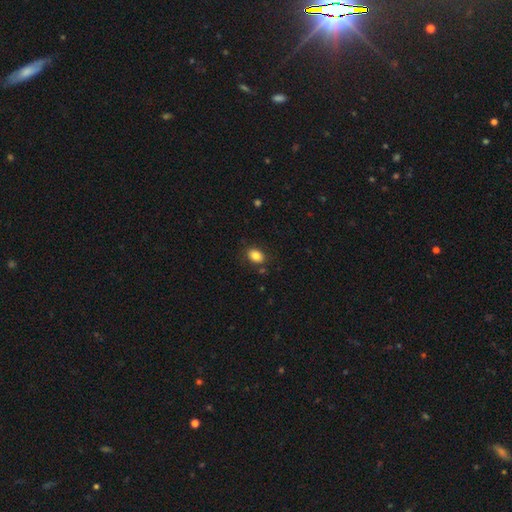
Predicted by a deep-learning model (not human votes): smooth 83%, star or artifact 10%, featured or disk 7%. Down the decision tree: how rounded — in between (69%); merging — none (81%).